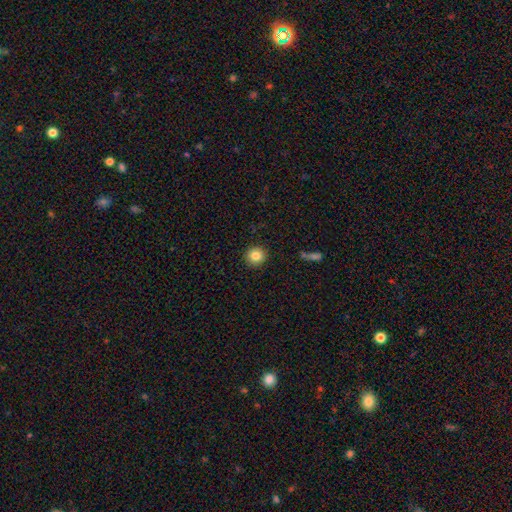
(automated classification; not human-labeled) This appears to be a smooth galaxy with no disk features (83%) that is round (92%). Merging: none (91%).